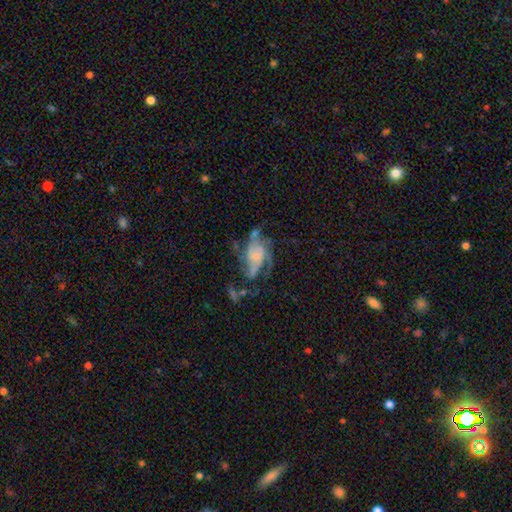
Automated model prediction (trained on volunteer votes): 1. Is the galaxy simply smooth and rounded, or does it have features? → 79% featured or disk, 13% smooth, 8% star or artifact.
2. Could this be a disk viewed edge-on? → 97% no, 3% yes.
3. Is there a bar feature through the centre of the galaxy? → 64% no, 28% weak, 8% strong.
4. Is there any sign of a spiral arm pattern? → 91% yes, 9% no.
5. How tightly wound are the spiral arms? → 47% medium, 28% loose, 25% tight.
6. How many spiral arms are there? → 31% 3, 26% 2, 20% can't tell, 11% 4, 6% 1, 5% more than 4.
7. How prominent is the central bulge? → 55% small, 20% moderate, 18% none, 6% large, 2% dominant.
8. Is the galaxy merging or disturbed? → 42% none, 31% major disturbance, 21% minor disturbance, 6% merger.